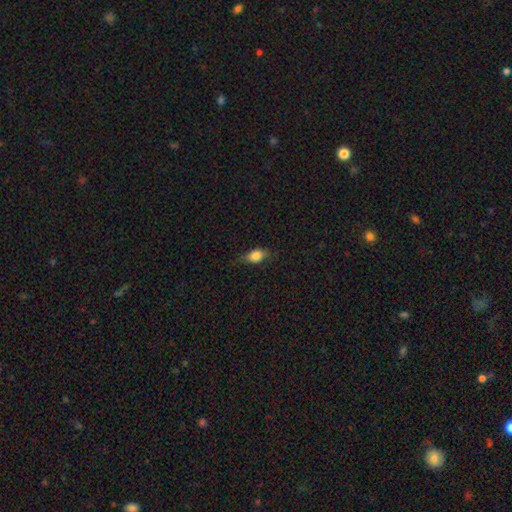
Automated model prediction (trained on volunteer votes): smooth 79%, featured or disk 13%, star or artifact 9%. Down the decision tree: how rounded — in between (80%); merging — none (65%).